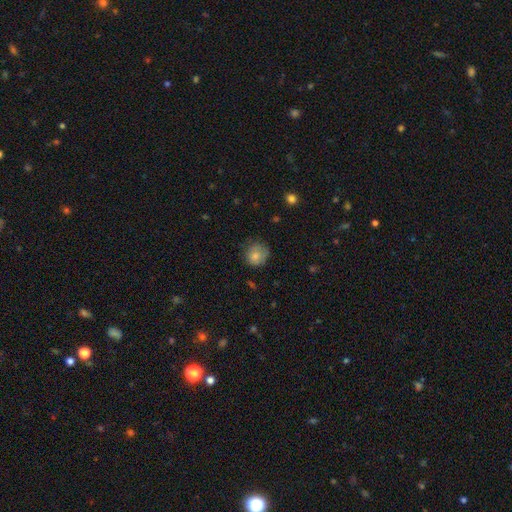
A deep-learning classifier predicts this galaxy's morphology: Smooth or featured? Predicted: smooth (p=0.81). How rounded? Predicted: round (p=0.83). Merging? Predicted: none (p=0.64).